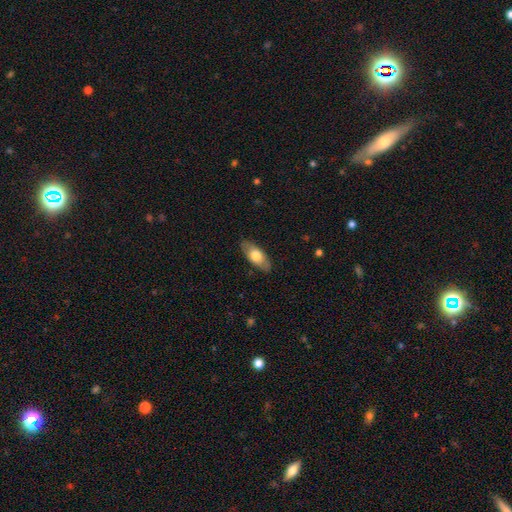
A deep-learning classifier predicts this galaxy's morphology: smooth-or-featured: smooth: 68% | featured or disk: 26% | star or artifact: 6%
  how-rounded: in between: 84% | cigar-shaped: 13% | round: 3%
  merging: none: 85% | minor disturbance: 11% | major disturbance: 2% | merger: 1%